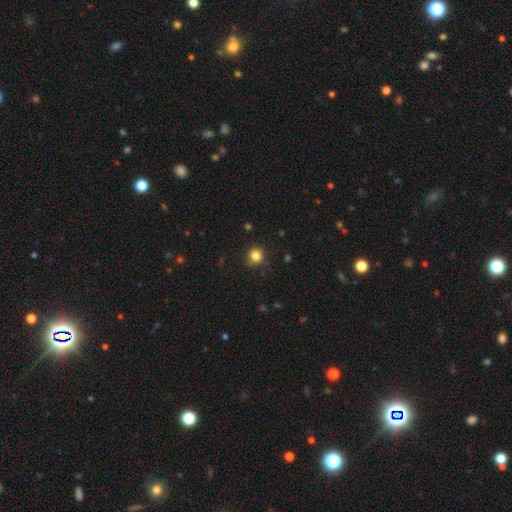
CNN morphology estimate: Smooth or featured? Predicted: smooth (p=0.83). How rounded? Predicted: round (p=0.90). Merging? Predicted: none (p=0.78).